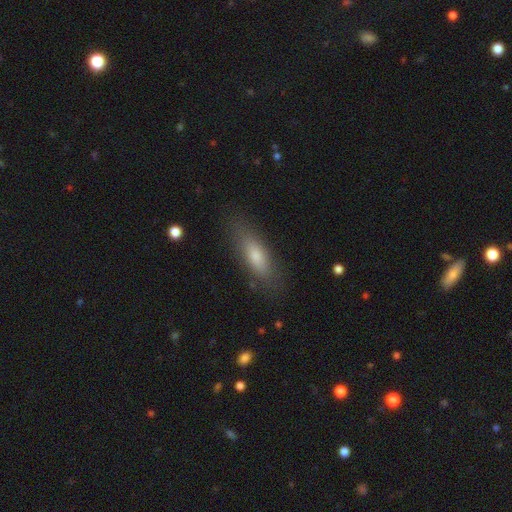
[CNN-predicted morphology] This appears to be a smooth galaxy with no disk features (69%) that is in between round and cigar-shaped (49%). Merging: none (81%).